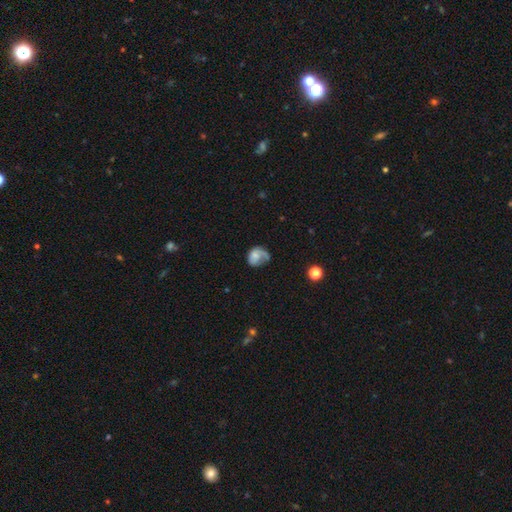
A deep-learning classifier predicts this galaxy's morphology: Smooth or featured? Predicted: smooth (p=0.47). Merging? Predicted: major disturbance (p=0.36).